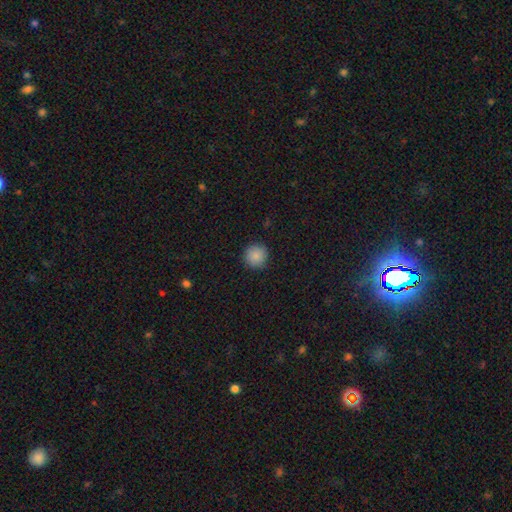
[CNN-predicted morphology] This appears to be a smooth galaxy with no disk features (87%) that is round (95%). Merging: none (91%).